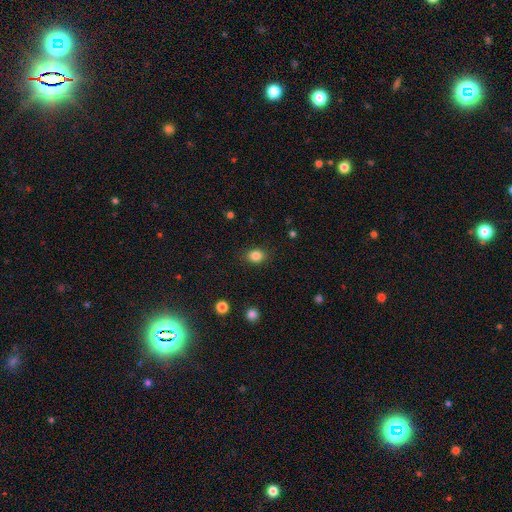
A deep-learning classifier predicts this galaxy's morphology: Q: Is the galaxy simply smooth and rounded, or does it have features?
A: smooth — 85%.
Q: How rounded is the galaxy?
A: round — 50%.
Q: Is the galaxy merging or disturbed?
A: none — 85%.